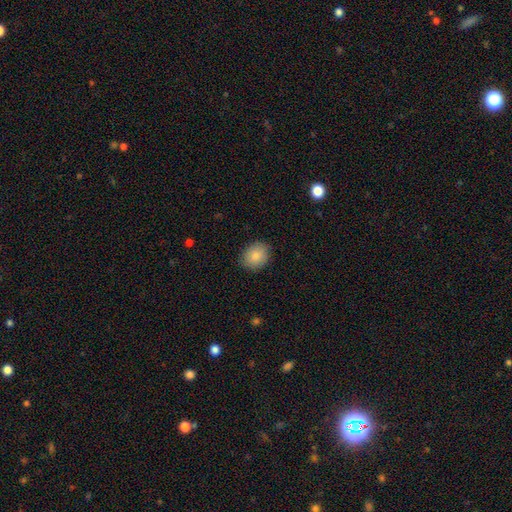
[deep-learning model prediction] Smooth or featured?
  - smooth: 84% *
  - star or artifact: 8%
  - featured or disk: 8%
How rounded?
  - round: 59% *
  - in between: 40%
  - cigar-shaped: 1%
Merging?
  - none: 87% *
  - minor disturbance: 10%
  - major disturbance: 2%
  - merger: 1%